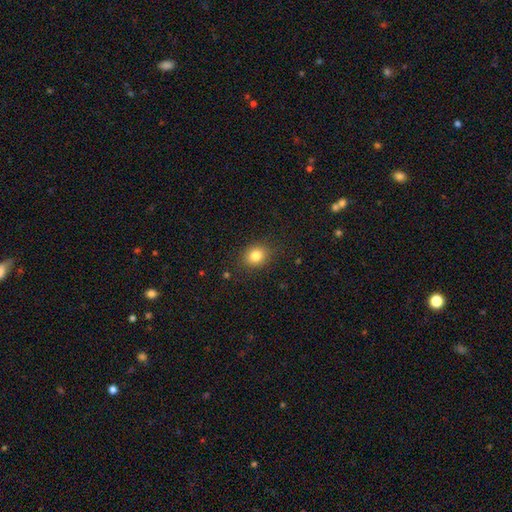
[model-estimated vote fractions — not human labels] The model was most divided on "how rounded": round: 64%, in between: 35%, cigar-shaped: 1%. More confident: merging — none (86%); smooth or featured — smooth (82%).